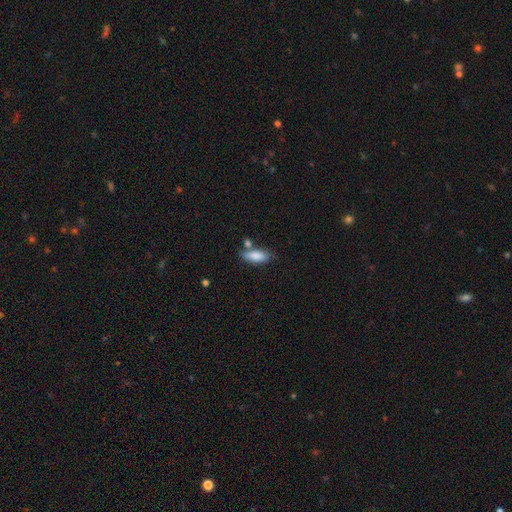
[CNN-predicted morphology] This is clearly a smooth galaxy (83%). How rounded: likely in between (71%). Merging: likely none (64%).